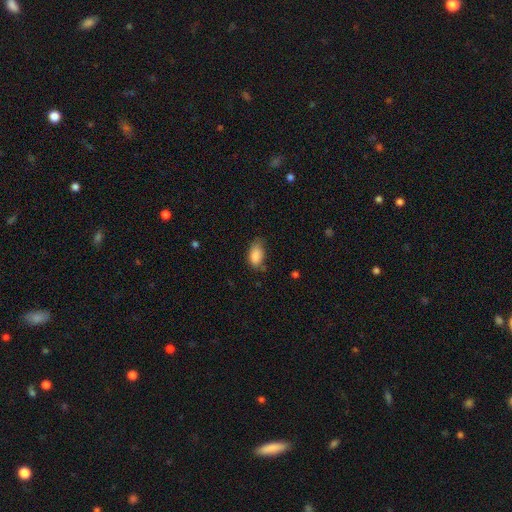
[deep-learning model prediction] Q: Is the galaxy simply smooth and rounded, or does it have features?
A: smooth — 87%.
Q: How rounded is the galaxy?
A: in between — 92%.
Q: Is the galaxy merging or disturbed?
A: none — 61%.